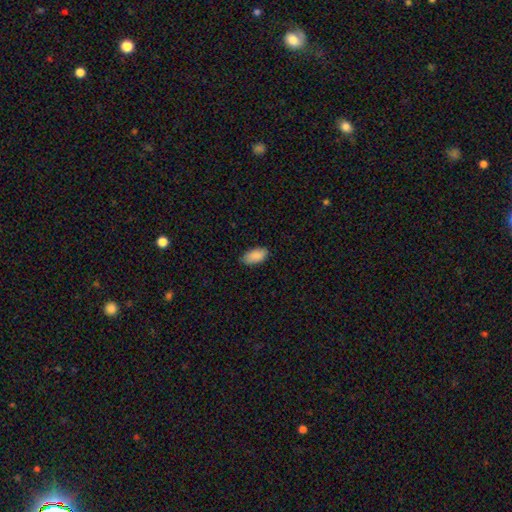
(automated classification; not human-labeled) Overall: smooth (89%). How rounded: in between (94%). Merging: none (82%).